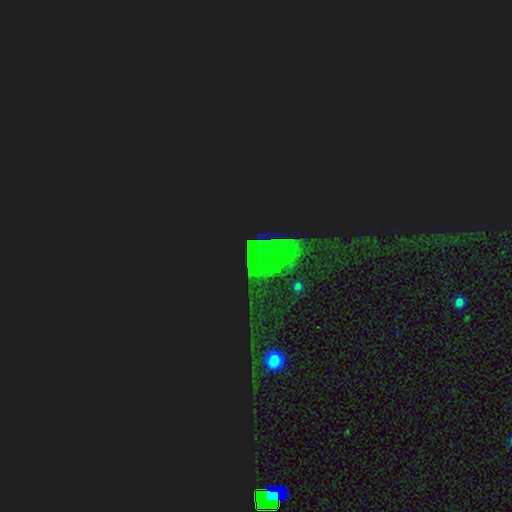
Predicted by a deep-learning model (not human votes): This is likely a star or artifact rather than a galaxy (76%).